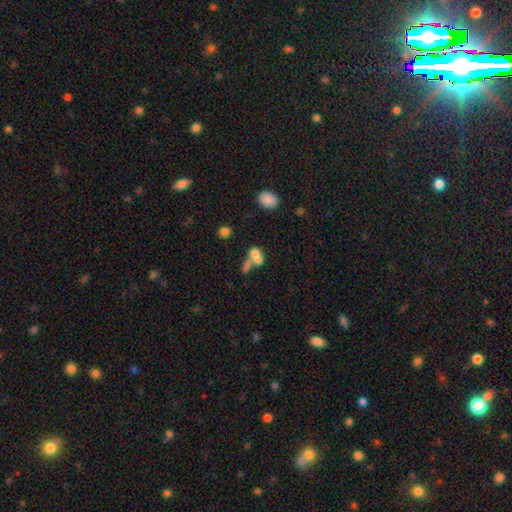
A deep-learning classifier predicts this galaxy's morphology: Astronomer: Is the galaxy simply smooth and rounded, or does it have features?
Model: smooth — 63%.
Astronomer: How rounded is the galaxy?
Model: in between — 55% (runner-up: round, 41%).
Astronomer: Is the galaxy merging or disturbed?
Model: merger — 65%.